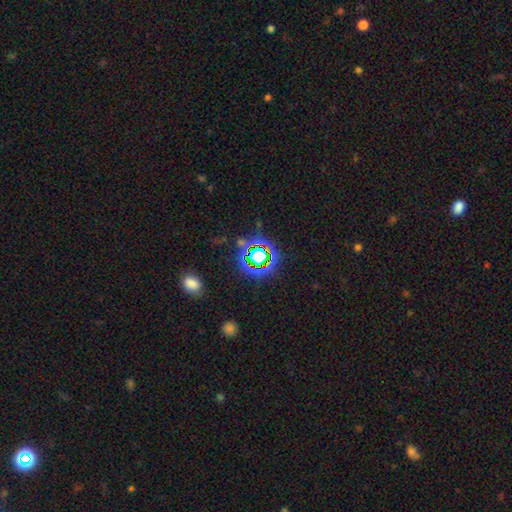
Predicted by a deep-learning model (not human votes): The model was most divided on "smooth or featured": star or artifact: 71%, smooth: 18%, featured or disk: 11%.